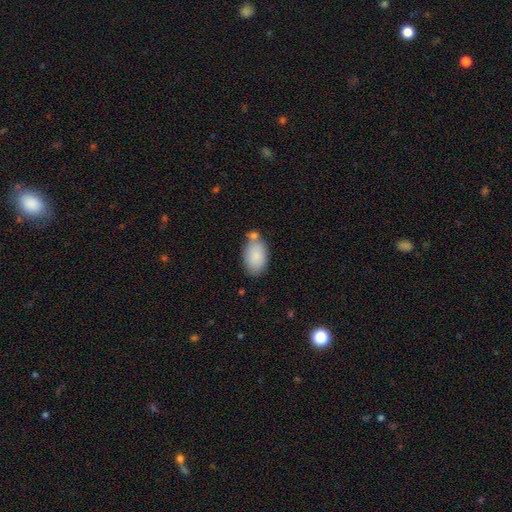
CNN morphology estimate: A smooth galaxy with no disk features (87%) that is in between round and cigar-shaped (93%).

Vote fractions:
- Smooth or featured? smooth: 87% / featured or disk: 6% / star or artifact: 6%
- How rounded? in between: 93% / round: 6% / cigar-shaped: 1%
- Merging? none: 61% / minor disturbance: 18% / merger: 17% / major disturbance: 5%